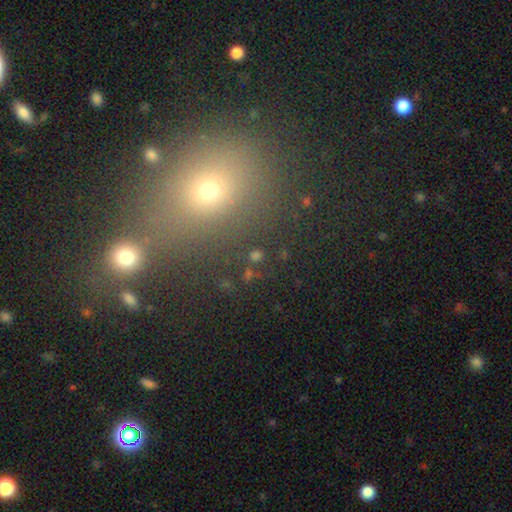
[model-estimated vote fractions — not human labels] Smooth or featured? Predicted: smooth (p=0.52). How rounded? Predicted: round (p=0.65). Merging? Predicted: none (p=0.76).